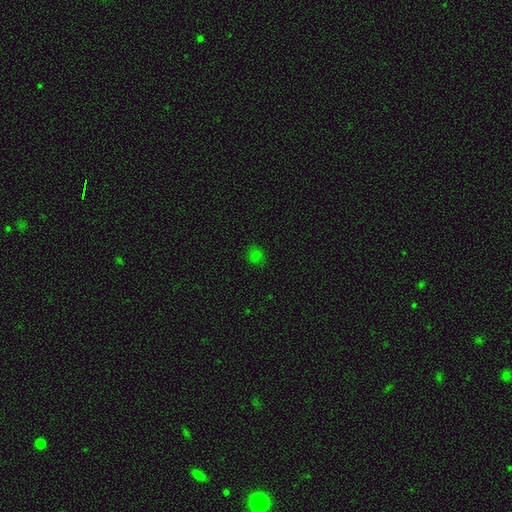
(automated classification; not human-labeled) A smooth galaxy with no disk features (75%) that is round (81%). Merging: none (86%).